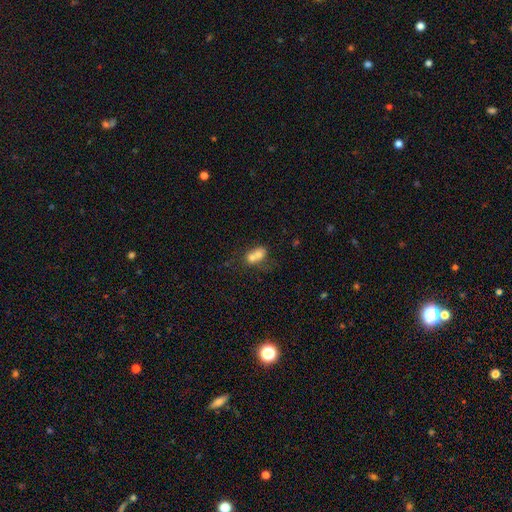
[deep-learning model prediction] The model was most divided on "how rounded": round: 53%, in between: 45%, cigar-shaped: 2%. More confident: merging — merger (74%); smooth or featured — smooth (66%).